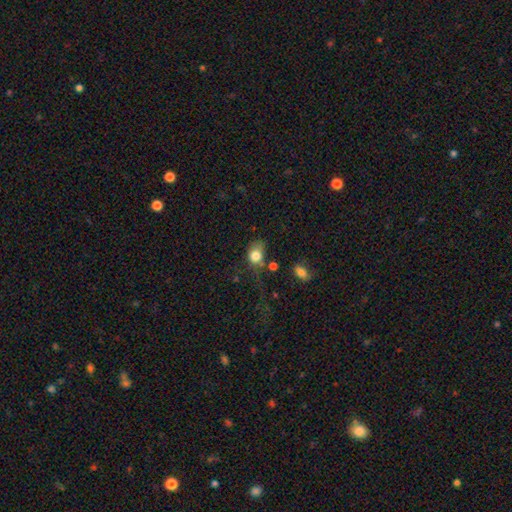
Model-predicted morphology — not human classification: Smooth or featured? smooth (79%)
How rounded? in between (55%)
Merging? none (35%)